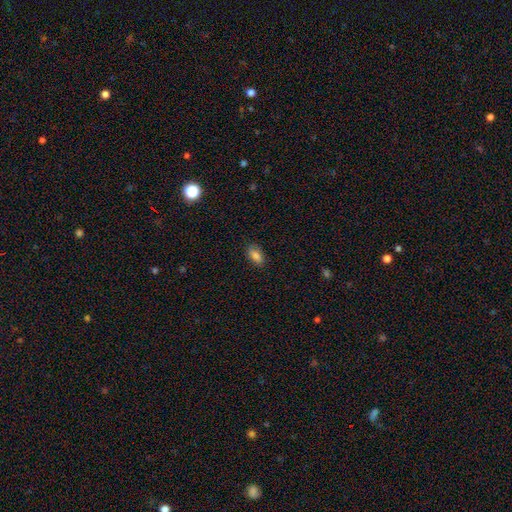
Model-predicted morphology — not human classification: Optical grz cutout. It shows a smooth galaxy with no disk features (81%) that is in between round and cigar-shaped (88%). Merging: none (80%).